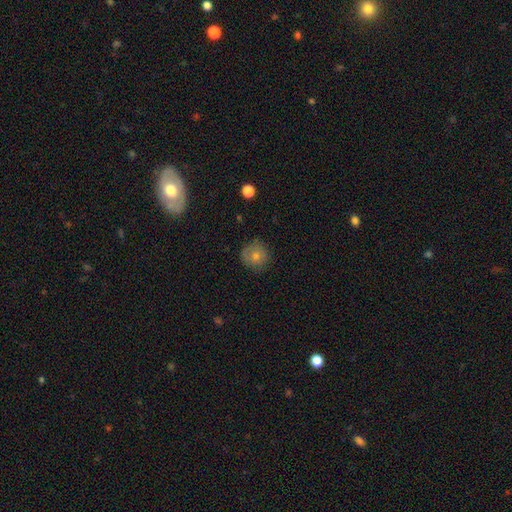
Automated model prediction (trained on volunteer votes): Morphology: type=smooth (75%); roundness=round (93%); merging=none (80%).